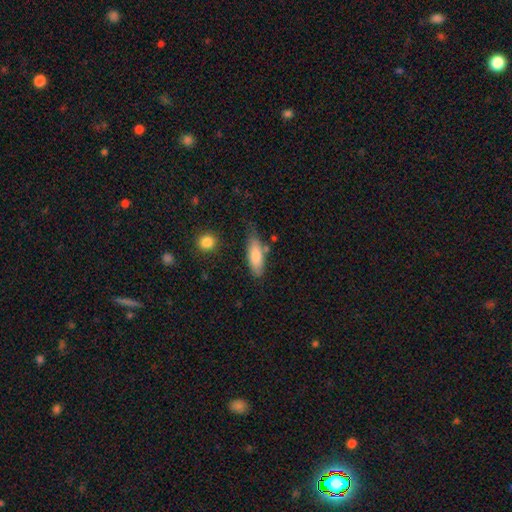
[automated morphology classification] A smooth galaxy with no disk features (77%) that is in between round and cigar-shaped (60%). Merging: none (63%).